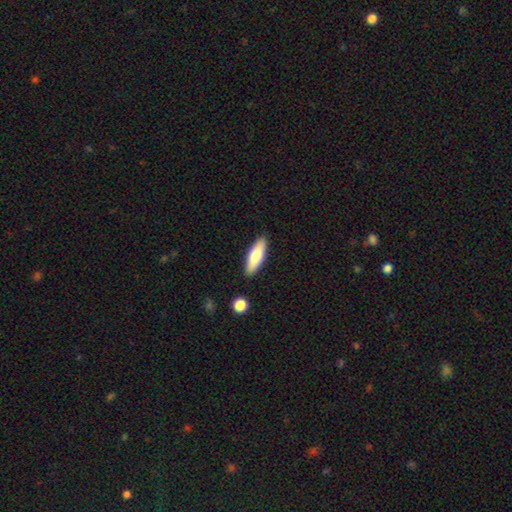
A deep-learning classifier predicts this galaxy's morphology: This appears to be a smooth galaxy with no disk features (69%) that is in between round and cigar-shaped (49%, tied with cigar-shaped). Merging: none (88%).